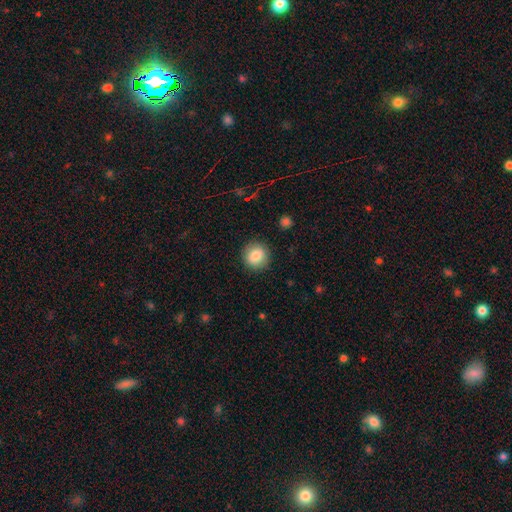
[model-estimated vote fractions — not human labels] This appears to be a smooth galaxy with no disk features (86%) that is round (91%). Merging: none (90%).